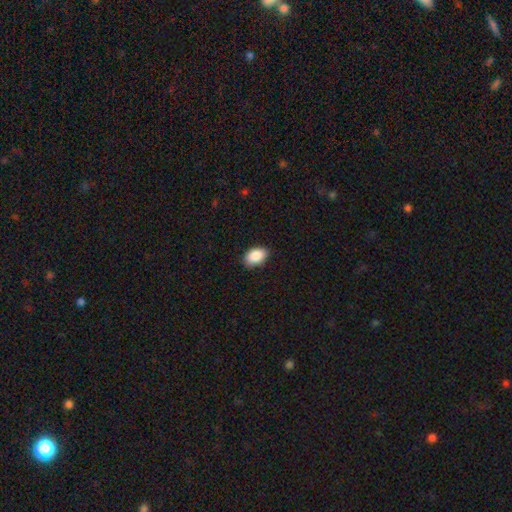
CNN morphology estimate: smooth 88%, star or artifact 7%, featured or disk 4%. Down the decision tree: how rounded — in between (90%); merging — none (82%).